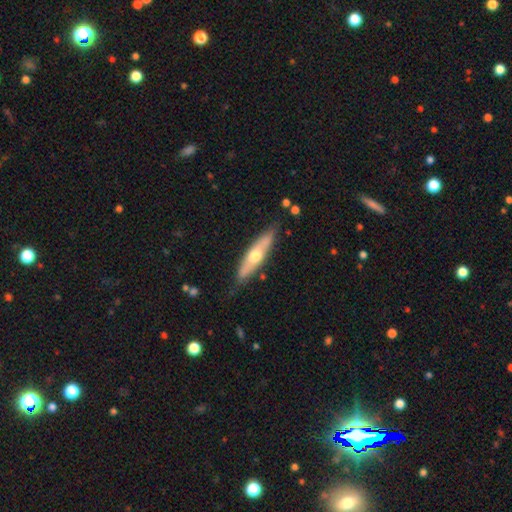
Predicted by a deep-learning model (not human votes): Smooth or featured? Predicted: featured or disk (p=0.49). Merging? Predicted: none (p=0.79).